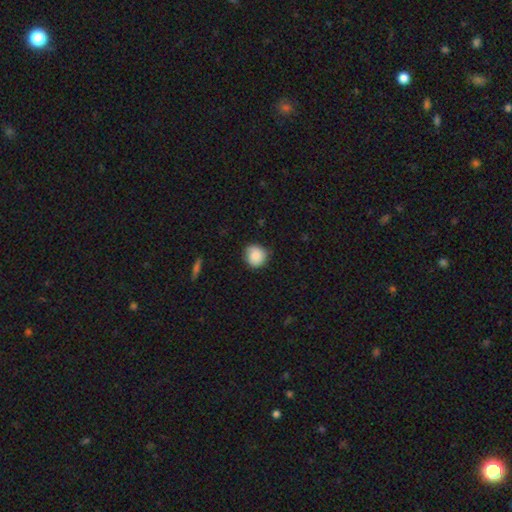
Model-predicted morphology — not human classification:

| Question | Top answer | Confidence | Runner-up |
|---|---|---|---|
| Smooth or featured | smooth | 83% | featured or disk (9%) |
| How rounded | round | 88% | in between (11%) |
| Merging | none | 78% | minor disturbance (18%) |